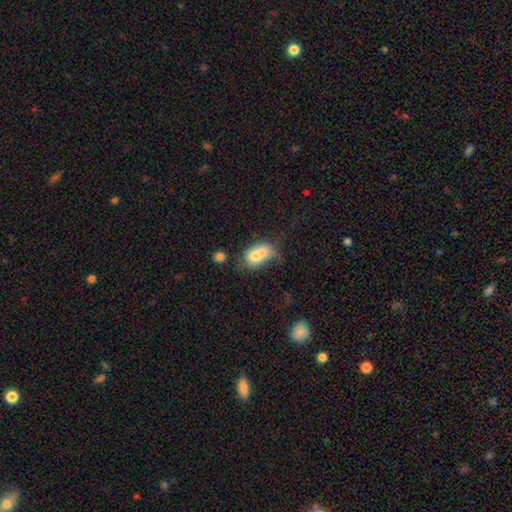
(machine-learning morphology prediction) Smooth or featured: smooth — 69% (featured or disk — 21%)
How rounded: in between — 79% (round — 19%)
Merging: merger — 48% (none — 23%)